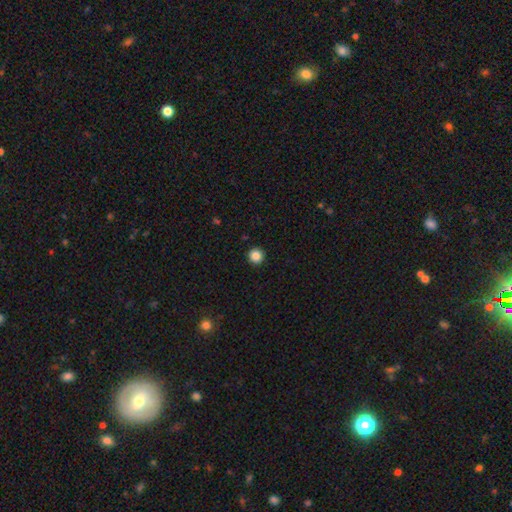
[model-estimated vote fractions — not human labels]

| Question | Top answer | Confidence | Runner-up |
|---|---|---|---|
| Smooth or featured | smooth | 86% | star or artifact (11%) |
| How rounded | round | 96% | in between (3%) |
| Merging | none | 94% | minor disturbance (4%) |